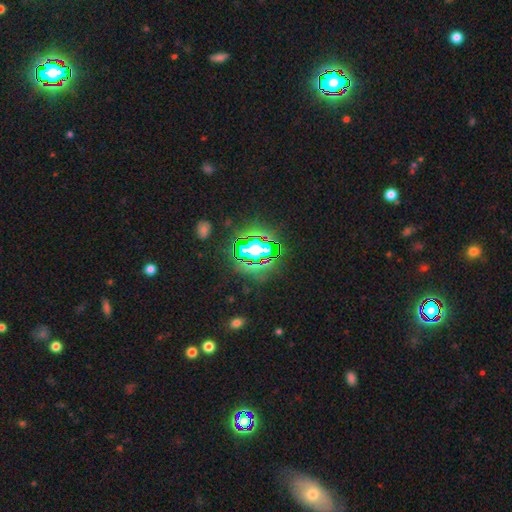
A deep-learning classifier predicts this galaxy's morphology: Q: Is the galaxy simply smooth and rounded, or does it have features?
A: star or artifact — 82%.